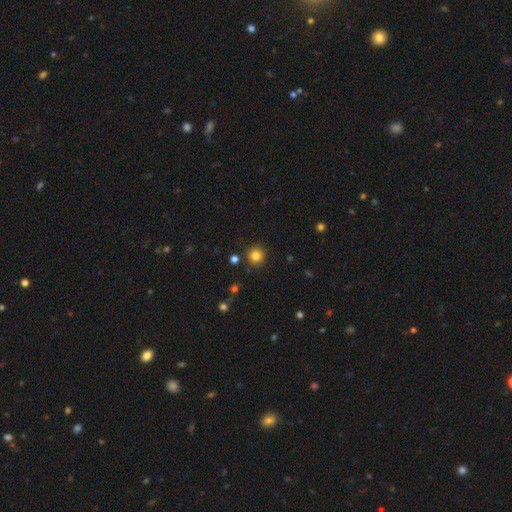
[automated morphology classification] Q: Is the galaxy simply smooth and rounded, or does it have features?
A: smooth — 83%.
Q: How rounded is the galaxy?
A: round — 93%.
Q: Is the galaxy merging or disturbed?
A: none — 89%.